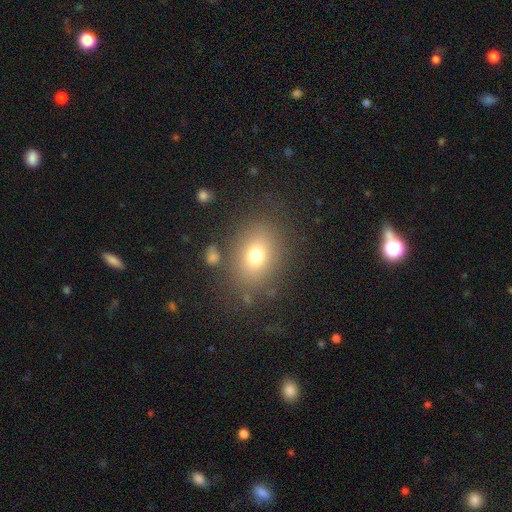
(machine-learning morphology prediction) Smooth or featured? Predicted: smooth (p=0.74). How rounded? Predicted: in between (p=0.63). Merging? Predicted: none (p=0.80).